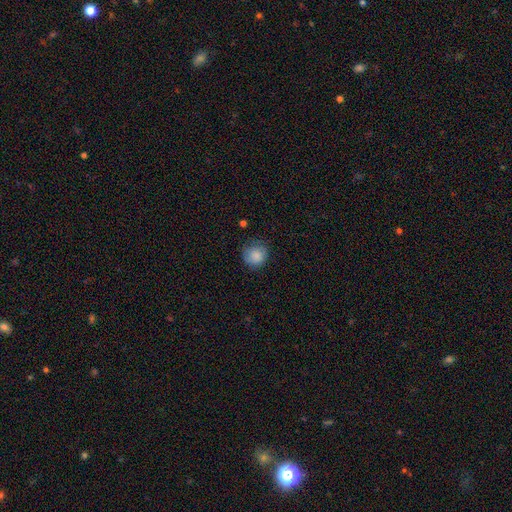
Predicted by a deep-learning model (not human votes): A smooth galaxy with no disk features (86%) that is round (89%). Merging: none (74%).